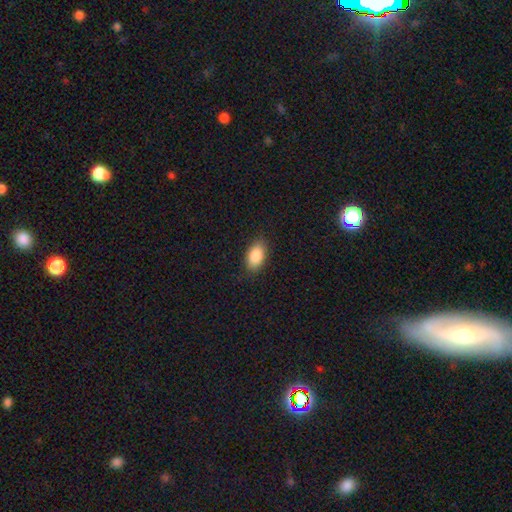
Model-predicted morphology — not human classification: A smooth galaxy with no disk features (88%) that is in between round and cigar-shaped (92%). Merging: none (83%).